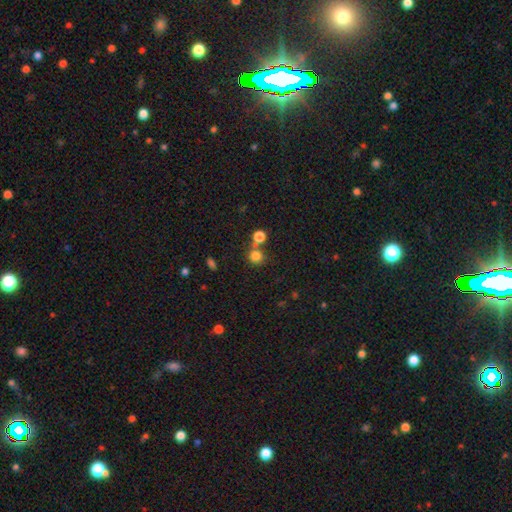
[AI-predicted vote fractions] A smooth galaxy with no disk features (79%) that is round (87%). Merging: none (60%).